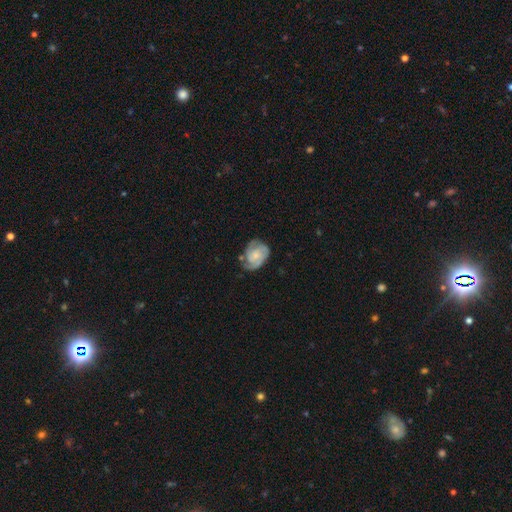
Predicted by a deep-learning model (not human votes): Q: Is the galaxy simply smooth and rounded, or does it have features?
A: featured or disk — 75%.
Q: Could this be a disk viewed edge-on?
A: no — 98%.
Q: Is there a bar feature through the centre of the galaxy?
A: no — 72%.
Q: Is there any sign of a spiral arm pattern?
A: yes — 93%.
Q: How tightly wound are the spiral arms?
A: tight — 57%.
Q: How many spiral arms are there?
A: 2 — 43%.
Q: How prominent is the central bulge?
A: small — 50%.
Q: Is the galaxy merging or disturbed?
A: none — 58%.